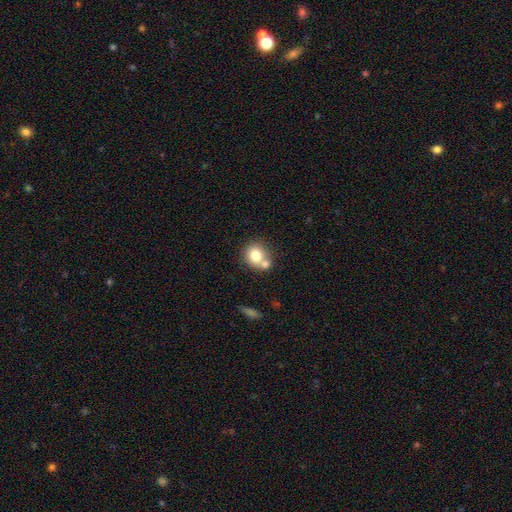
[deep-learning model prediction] A smooth galaxy with no disk features (76%) that is round (77%). Merging: none (45%).